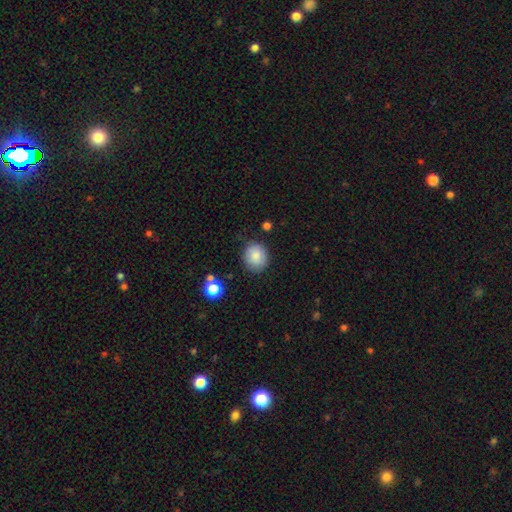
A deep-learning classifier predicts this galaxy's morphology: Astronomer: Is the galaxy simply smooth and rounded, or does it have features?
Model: smooth — 85%.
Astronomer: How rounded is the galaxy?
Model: round — 74%.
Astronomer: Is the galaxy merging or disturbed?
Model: none — 84%.